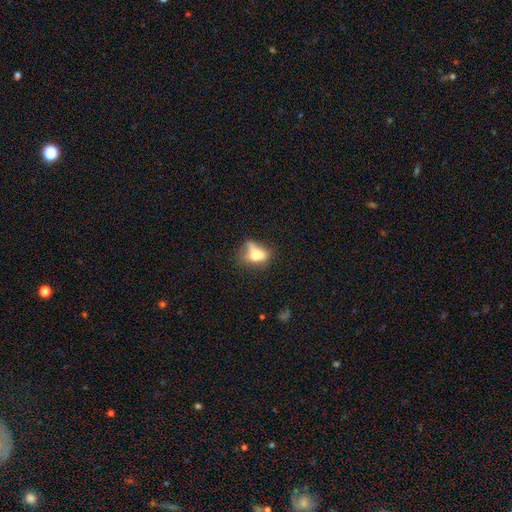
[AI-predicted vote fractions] A smooth galaxy with no disk features (65%) that is in between round and cigar-shaped (75%). Merging: major disturbance (30%).